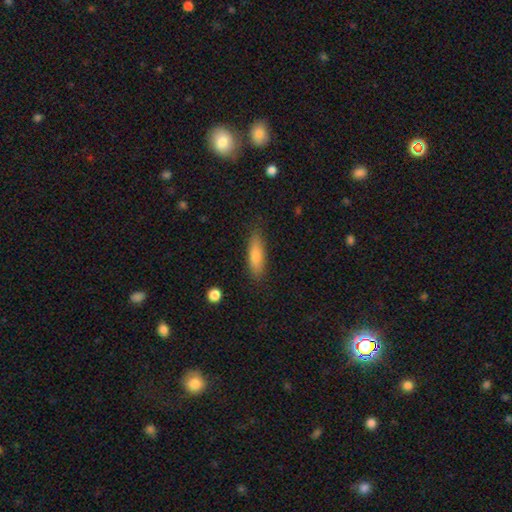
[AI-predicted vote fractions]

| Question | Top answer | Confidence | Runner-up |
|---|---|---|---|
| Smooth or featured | smooth | 75% | featured or disk (18%) |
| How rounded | cigar-shaped | 65% | in between (33%) |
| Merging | none | 85% | minor disturbance (11%) |